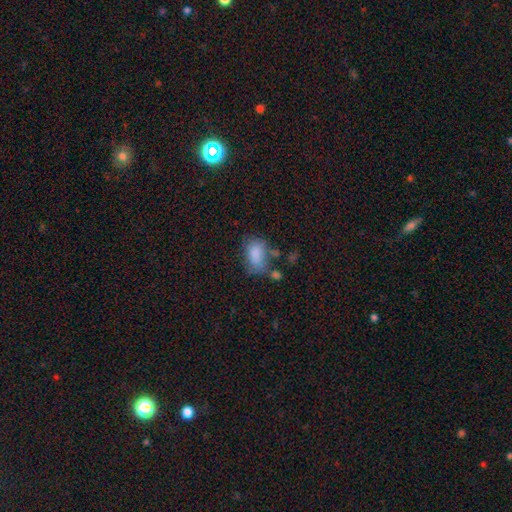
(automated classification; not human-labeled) Morphology: type=smooth (82%); roundness=in between (87%); merging=none (47%).